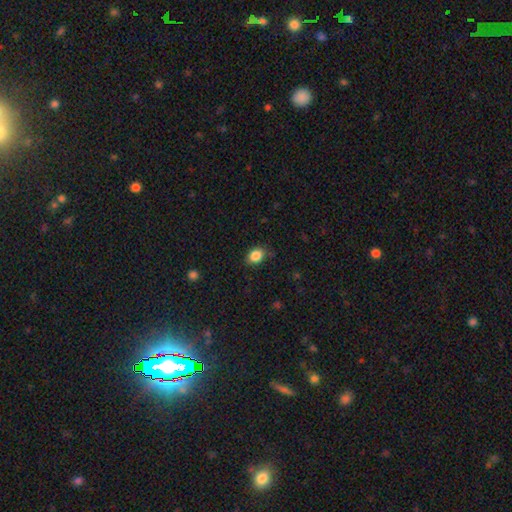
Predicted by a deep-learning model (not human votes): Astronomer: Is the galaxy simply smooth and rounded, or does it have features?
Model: smooth — 86%.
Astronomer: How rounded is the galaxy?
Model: in between — 64%.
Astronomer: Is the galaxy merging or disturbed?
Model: none — 81%.